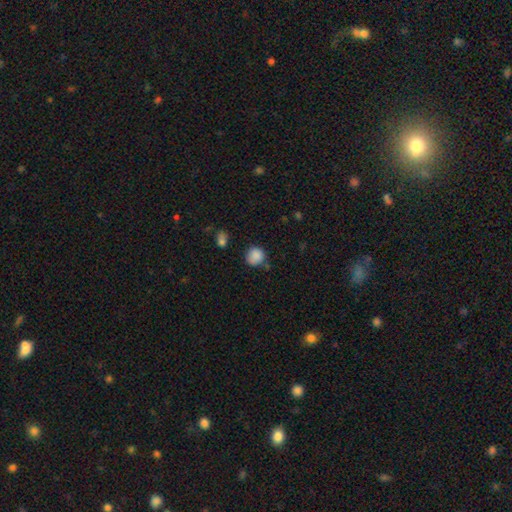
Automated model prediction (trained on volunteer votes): Q: Smooth or featured?
A: smooth (86%); runner-up: star or artifact (9%)
Q: How rounded?
A: round (88%); runner-up: in between (11%)
Q: Merging?
A: none (67%); runner-up: minor disturbance (23%)